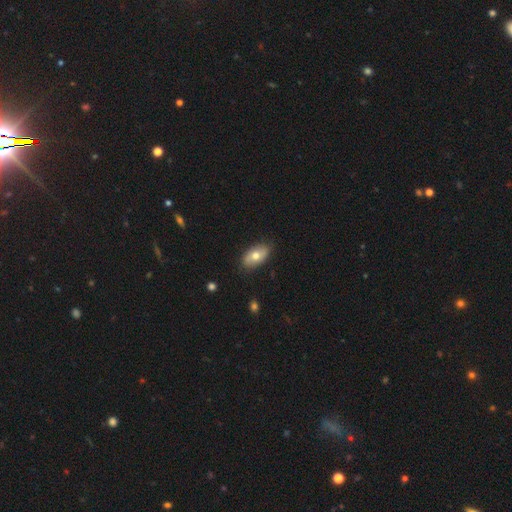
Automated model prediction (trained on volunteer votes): smooth 65%, featured or disk 29%, star or artifact 6%. Down the decision tree: how rounded — in between (92%); merging — none (83%).